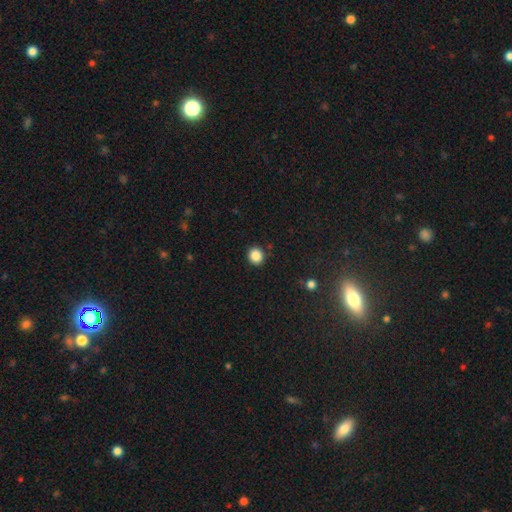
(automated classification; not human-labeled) A smooth galaxy with no disk features (86%) that is round (87%).

Vote fractions:
- Smooth or featured? smooth: 86% / star or artifact: 10% / featured or disk: 4%
- How rounded? round: 87% / in between: 12% / cigar-shaped: 1%
- Merging? none: 91% / minor disturbance: 6% / major disturbance: 2% / merger: 1%